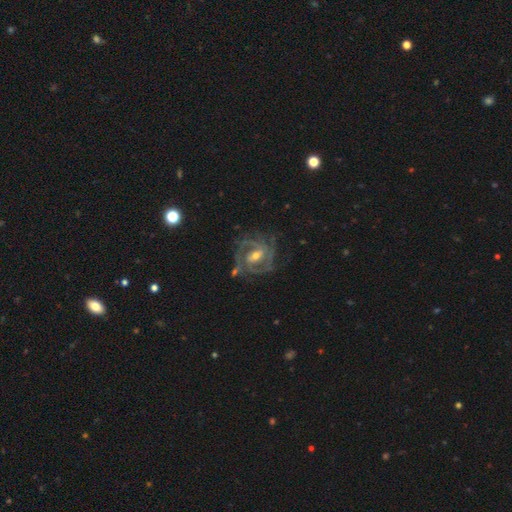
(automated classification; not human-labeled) Smooth or featured? featured or disk (89%)
Edge-on disk? no (97%)
Bar? weak (50%)
Spiral arms? yes (96%)
Spiral winding? tight (55%)
Spiral arm count? 2 (37%)
Bulge size? moderate (58%)
Merging? none (68%)